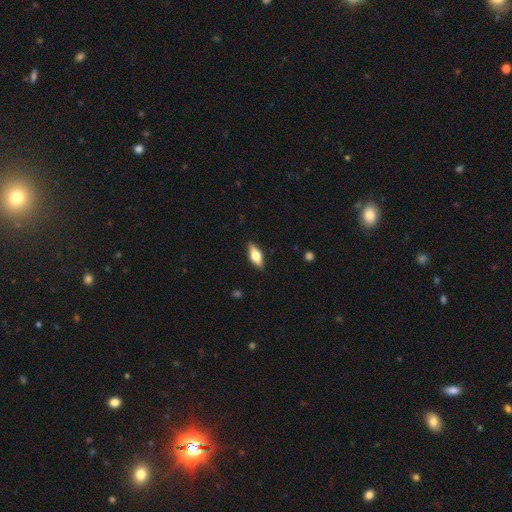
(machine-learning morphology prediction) The model was most divided on "smooth or featured": smooth: 53%, featured or disk: 41%, star or artifact: 7%. More confident: merging — none (88%); how rounded — in between (71%).